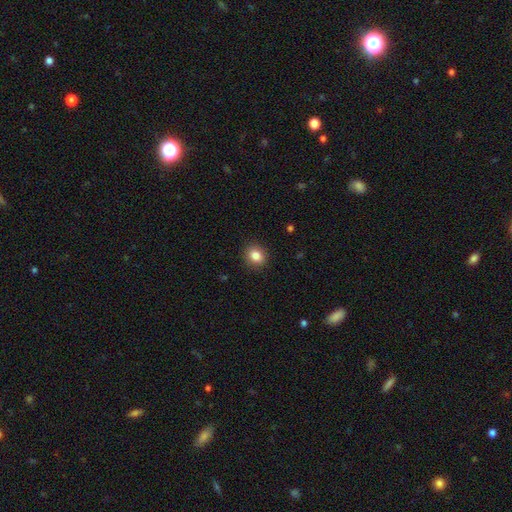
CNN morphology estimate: Smooth or featured?
  - smooth: 84% *
  - star or artifact: 10%
  - featured or disk: 6%
How rounded?
  - round: 72% *
  - in between: 27%
  - cigar-shaped: 1%
Merging?
  - none: 91% *
  - minor disturbance: 6%
  - major disturbance: 2%
  - merger: 1%